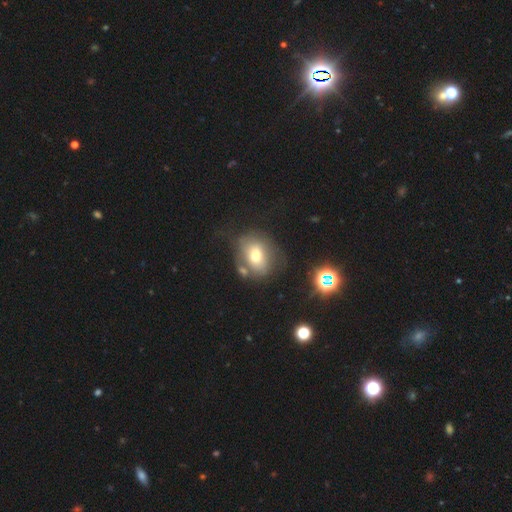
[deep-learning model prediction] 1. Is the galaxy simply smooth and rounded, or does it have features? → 63% smooth, 25% featured or disk, 12% star or artifact.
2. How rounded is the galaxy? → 50% in between, 49% round, 1% cigar-shaped.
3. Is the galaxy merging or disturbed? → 48% none, 22% minor disturbance, 16% major disturbance, 14% merger.